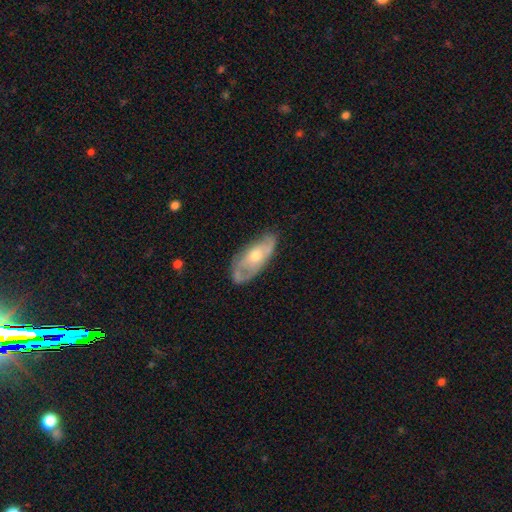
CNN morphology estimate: smooth_or_featured: featured or disk (p=0.58) [alt: smooth p=0.36]
disk_edge_on: no (p=0.84) [alt: yes p=0.16]
merging: none (p=0.65) [alt: minor disturbance p=0.26]